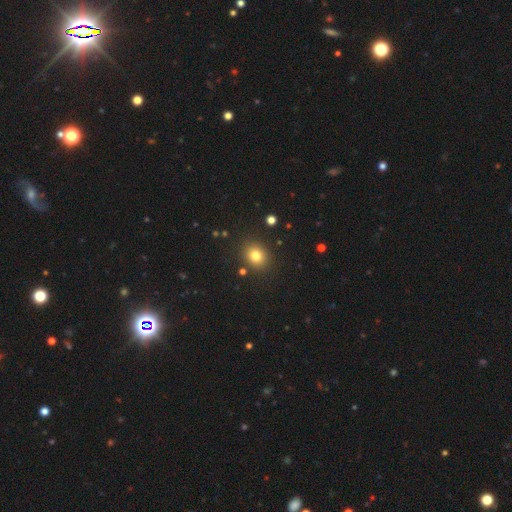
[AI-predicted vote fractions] Smooth or featured: smooth — 79% (star or artifact — 14%)
How rounded: round — 69% (in between — 30%)
Merging: none — 88% (minor disturbance — 8%)